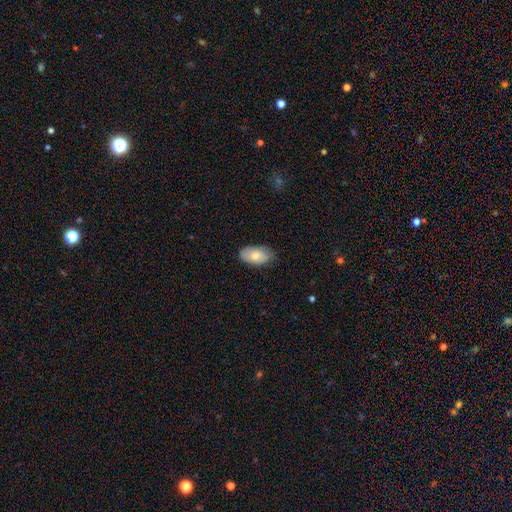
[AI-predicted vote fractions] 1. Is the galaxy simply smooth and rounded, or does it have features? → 72% smooth, 22% featured or disk, 6% star or artifact.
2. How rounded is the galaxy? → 93% in between, 5% round, 2% cigar-shaped.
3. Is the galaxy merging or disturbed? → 75% none, 20% minor disturbance, 3% major disturbance, 1% merger.